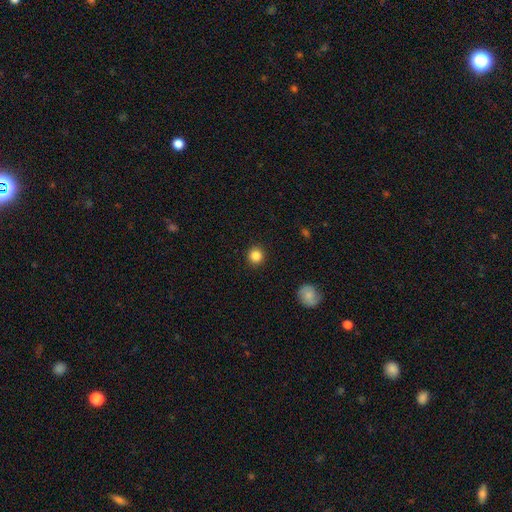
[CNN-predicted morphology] Smooth or featured: smooth — 85% (star or artifact — 11%)
How rounded: round — 94% (in between — 5%)
Merging: none — 92% (minor disturbance — 5%)